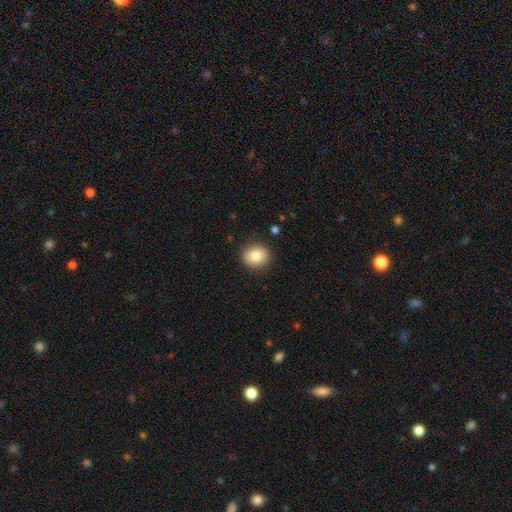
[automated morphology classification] Overall: smooth (83%). How rounded: round (83%). Merging: none (89%).